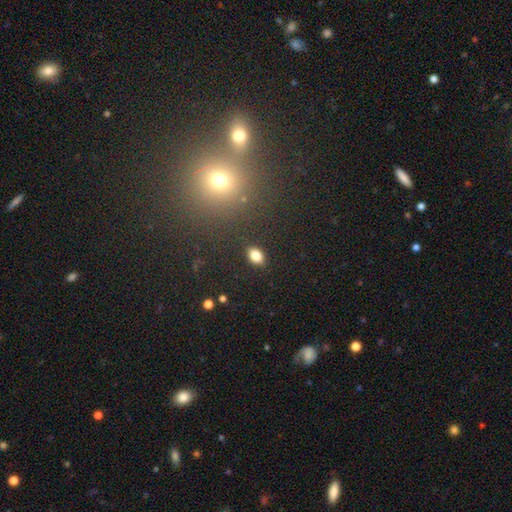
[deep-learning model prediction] The model was most divided on "how rounded": in between: 84%, round: 15%, cigar-shaped: 2%. More confident: merging — none (88%); smooth or featured — smooth (83%).